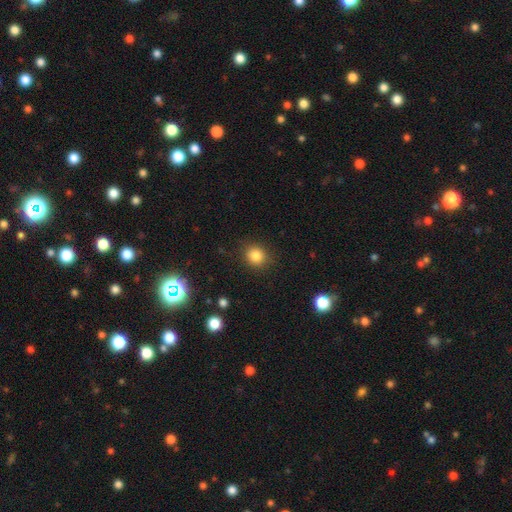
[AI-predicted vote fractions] A smooth galaxy with no disk features (84%) that is round (80%).

Vote fractions:
- Smooth or featured? smooth: 84% / star or artifact: 11% / featured or disk: 5%
- How rounded? round: 80% / in between: 19% / cigar-shaped: 1%
- Merging? none: 87% / minor disturbance: 9% / major disturbance: 3% / merger: 1%